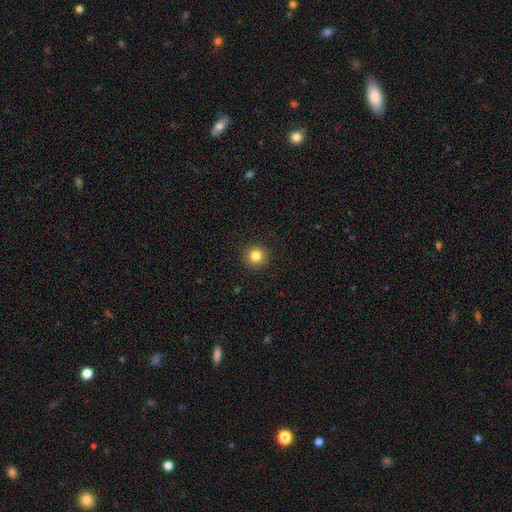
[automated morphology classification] Smooth or featured? smooth (83%)
How rounded? round (95%)
Merging? none (92%)